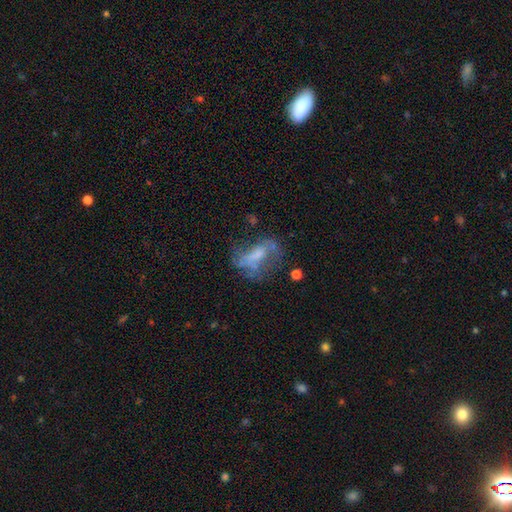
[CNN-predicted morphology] A featured or disk galaxy (50%). Merging: major disturbance (36%).